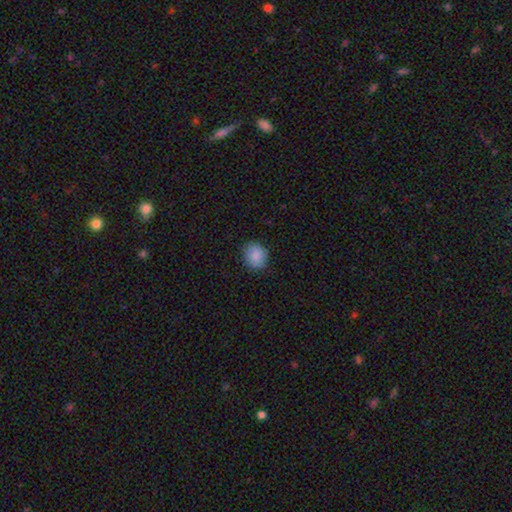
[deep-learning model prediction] This is clearly a smooth galaxy (88%). How rounded: likely round (61%). Merging: clearly none (86%).